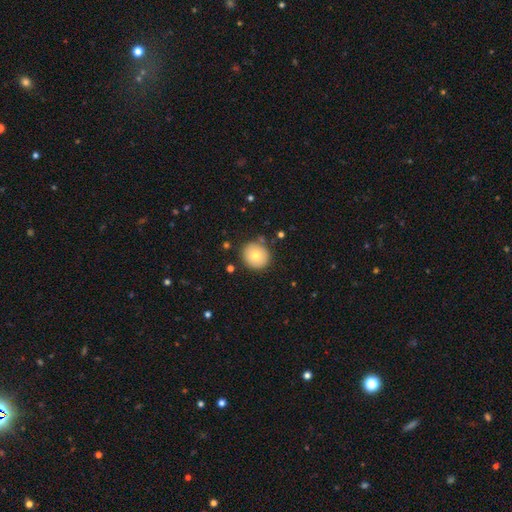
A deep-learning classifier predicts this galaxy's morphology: Q: Smooth or featured?
A: smooth (75%); runner-up: featured or disk (16%)
Q: How rounded?
A: round (92%); runner-up: in between (7%)
Q: Merging?
A: none (84%); runner-up: minor disturbance (11%)